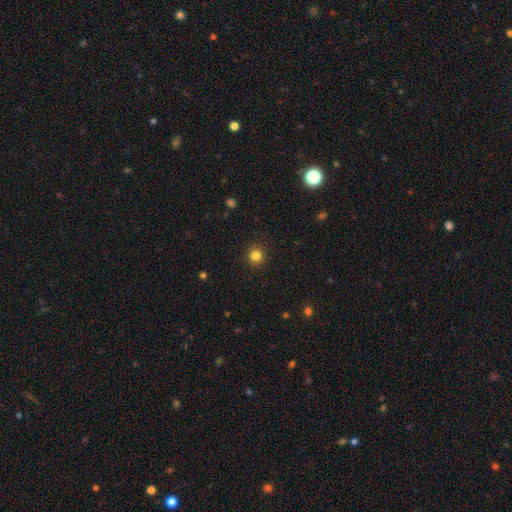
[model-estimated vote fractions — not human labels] Morphology: type=smooth (82%); roundness=round (92%); merging=none (91%).